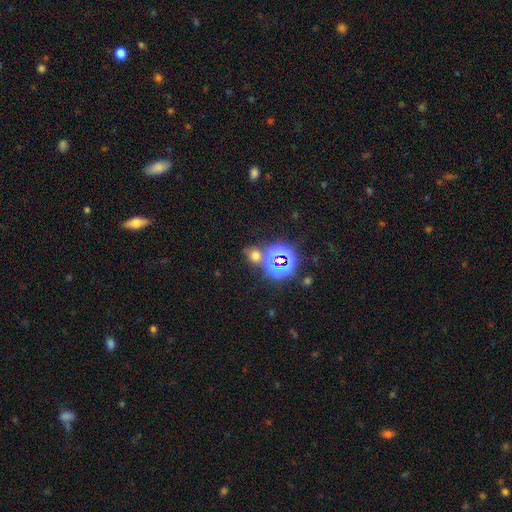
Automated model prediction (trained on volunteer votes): This is possibly a smooth galaxy (51%). How rounded: likely round (78%). Merging: likely none (72%).